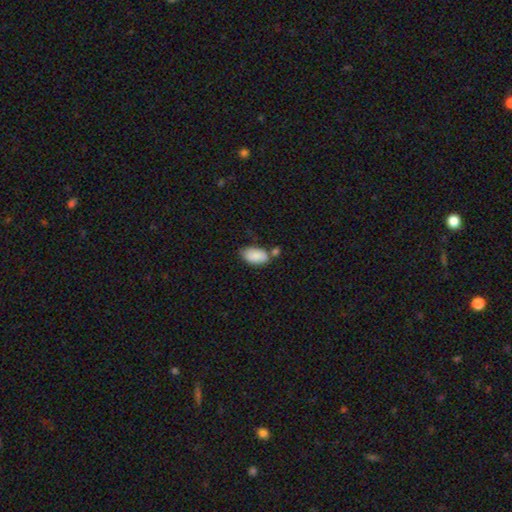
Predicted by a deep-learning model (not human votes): smooth_or_featured: smooth (p=0.87) [alt: star or artifact p=0.07]
how_rounded: in between (p=0.94) [alt: round p=0.04]
merging: none (p=0.53) [alt: minor disturbance p=0.21]